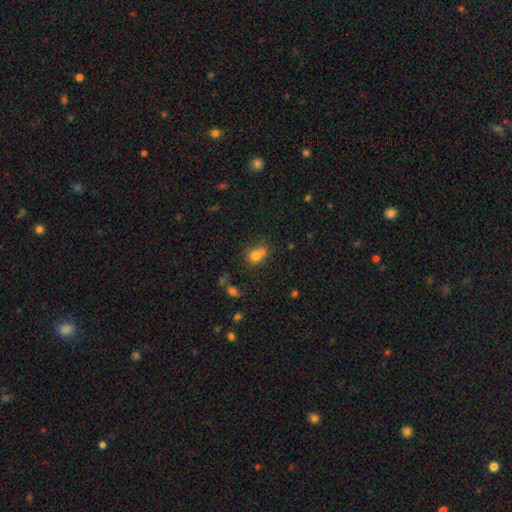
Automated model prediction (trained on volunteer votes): A smooth galaxy with no disk features (74%) that is round (68%).

Vote fractions:
- Smooth or featured? smooth: 74% / star or artifact: 14% / featured or disk: 12%
- How rounded? round: 68% / in between: 31% / cigar-shaped: 1%
- Merging? none: 42% / merger: 38% / minor disturbance: 14% / major disturbance: 6%